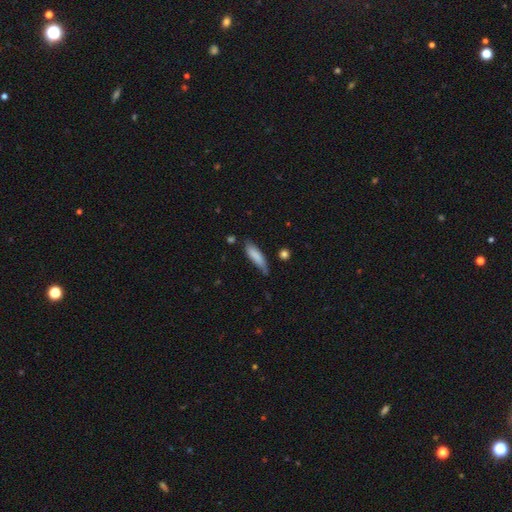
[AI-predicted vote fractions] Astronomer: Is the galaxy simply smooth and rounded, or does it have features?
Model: smooth — 82%.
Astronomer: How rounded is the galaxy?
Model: cigar-shaped — 61% (runner-up: in between, 38%).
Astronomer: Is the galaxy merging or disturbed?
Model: none — 59%.